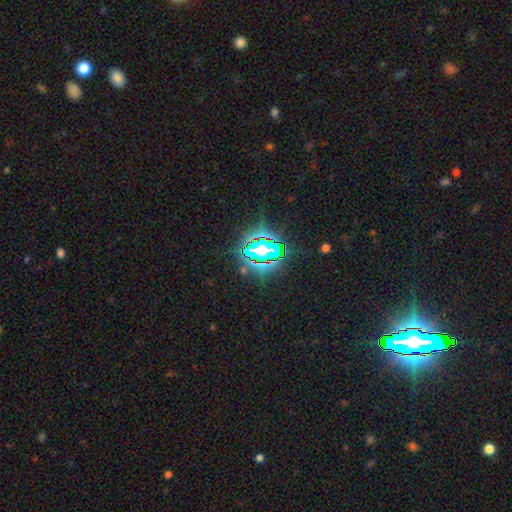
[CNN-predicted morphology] star or artifact 80%, smooth 12%, featured or disk 8%.